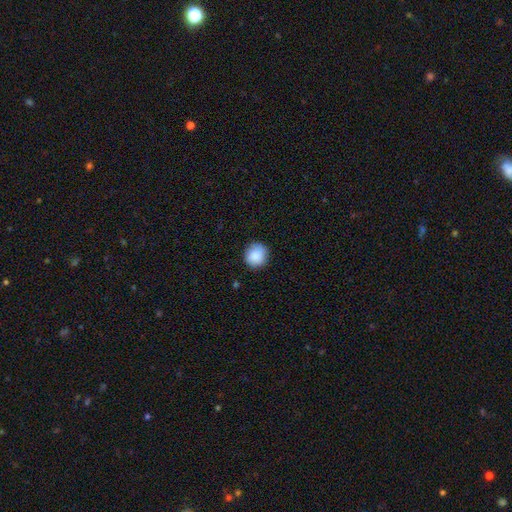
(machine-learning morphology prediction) A smooth galaxy with no disk features (87%) that is round (90%).

Vote fractions:
- Smooth or featured? smooth: 87% / star or artifact: 8% / featured or disk: 5%
- How rounded? round: 90% / in between: 9% / cigar-shaped: 1%
- Merging? none: 86% / minor disturbance: 10% / major disturbance: 2% / merger: 1%